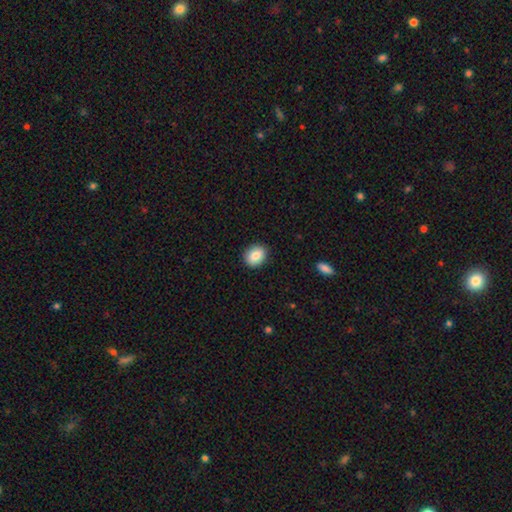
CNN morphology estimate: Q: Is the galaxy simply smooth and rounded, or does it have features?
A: smooth — 85%.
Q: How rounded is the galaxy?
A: round — 53%.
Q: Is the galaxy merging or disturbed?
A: none — 90%.